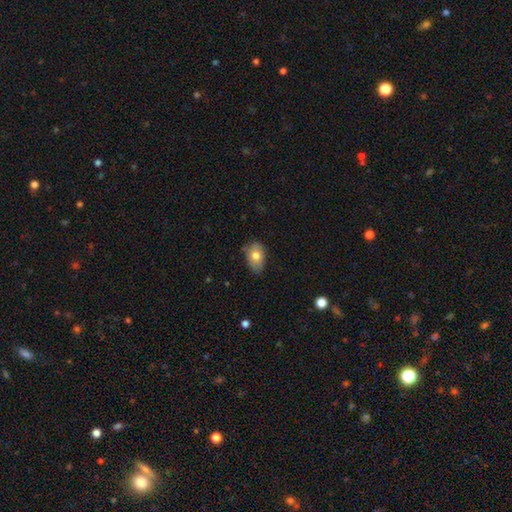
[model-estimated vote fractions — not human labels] Smooth or featured: smooth — 75% (featured or disk — 17%)
How rounded: in between — 83% (round — 15%)
Merging: none — 64% (minor disturbance — 29%)